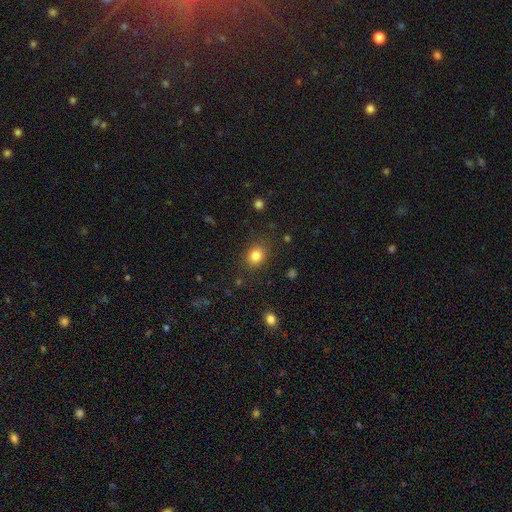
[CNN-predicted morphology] A smooth galaxy with no disk features (82%) that is round (59%).

Vote fractions:
- Smooth or featured? smooth: 82% / star or artifact: 12% / featured or disk: 6%
- How rounded? round: 59% / in between: 41% / cigar-shaped: 1%
- Merging? none: 82% / minor disturbance: 12% / major disturbance: 4% / merger: 2%